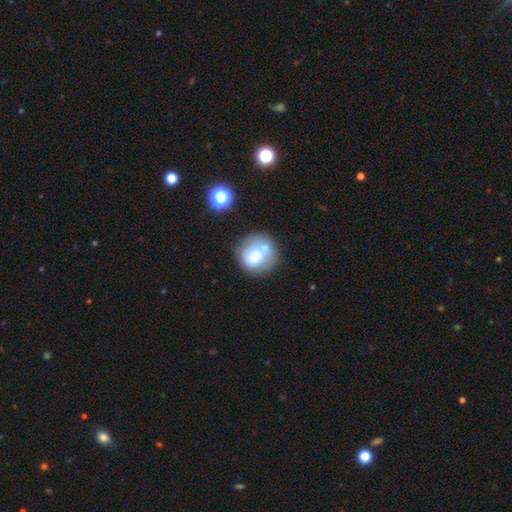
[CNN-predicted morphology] Q: Smooth or featured?
A: smooth (63%); runner-up: featured or disk (27%)
Q: How rounded?
A: round (83%); runner-up: in between (16%)
Q: Merging?
A: none (47%); runner-up: merger (32%)